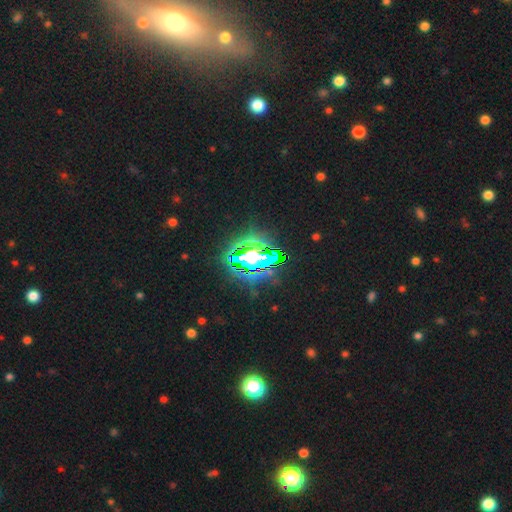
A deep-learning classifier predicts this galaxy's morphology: This appears to be a star or artifact, not a galaxy (72%).